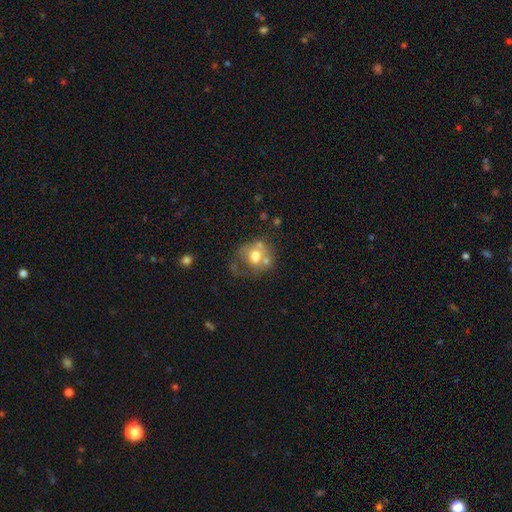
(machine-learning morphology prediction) Smooth or featured? Predicted: smooth (p=0.59). How rounded? Predicted: round (p=0.70). Merging? Predicted: none (p=0.38).